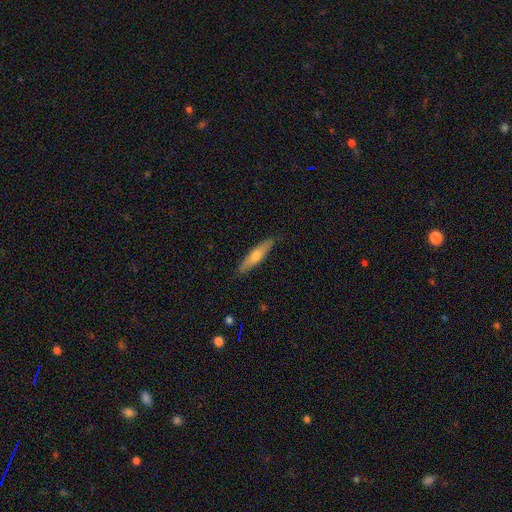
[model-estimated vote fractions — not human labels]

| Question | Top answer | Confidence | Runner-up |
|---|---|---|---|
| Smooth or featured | smooth | 55% | featured or disk (39%) |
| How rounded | cigar-shaped | 81% | in between (18%) |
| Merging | none | 87% | minor disturbance (10%) |